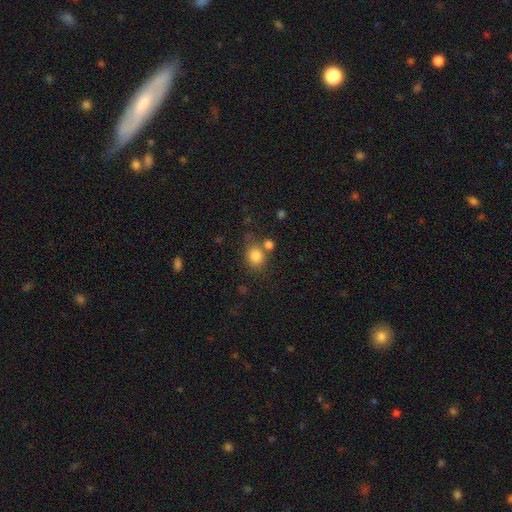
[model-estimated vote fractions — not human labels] Morphology: type=smooth (83%); roundness=round (61%); merging=none (62%).